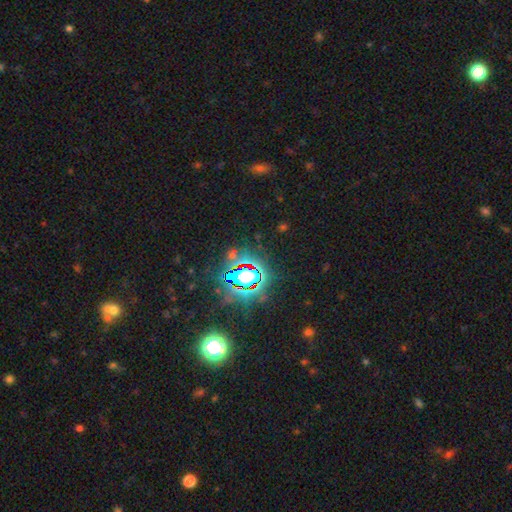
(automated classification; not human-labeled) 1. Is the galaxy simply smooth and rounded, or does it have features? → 81% star or artifact, 12% smooth, 8% featured or disk.